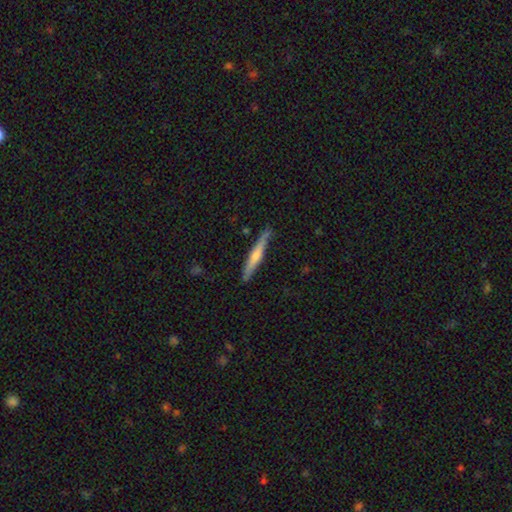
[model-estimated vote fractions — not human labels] Q: Smooth or featured?
A: featured or disk (59%); runner-up: smooth (36%)
Q: Edge-on disk?
A: yes (97%); runner-up: no (3%)
Q: Edge-on bulge?
A: rounded (75%); runner-up: none (18%)
Q: Merging?
A: none (87%); runner-up: minor disturbance (10%)